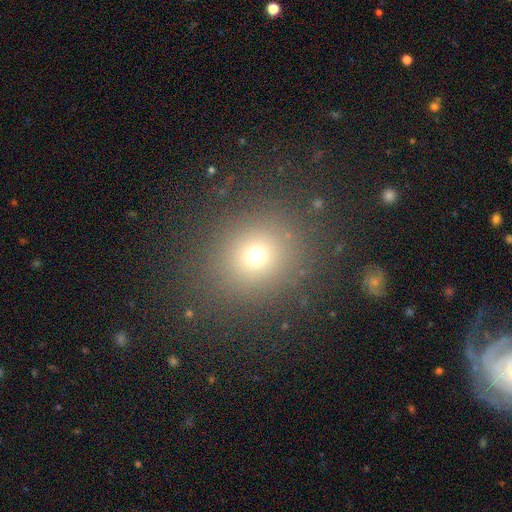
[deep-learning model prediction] smooth 68%, star or artifact 22%, featured or disk 10%. Down the decision tree: how rounded — round (85%); merging — none (85%).